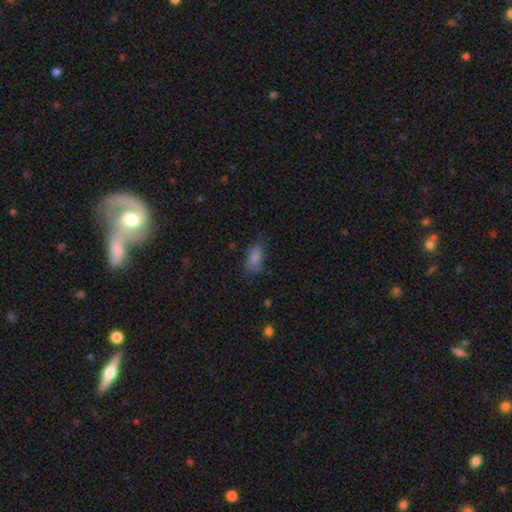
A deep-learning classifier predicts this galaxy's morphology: type=smooth (74%); roundness=in between (85%); merging=none (61%).